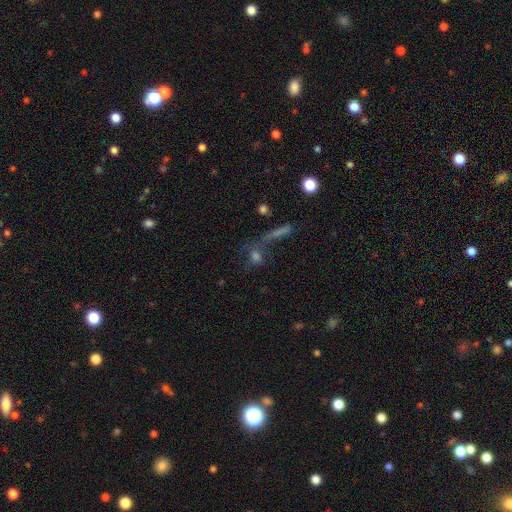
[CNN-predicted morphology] Q: Smooth or featured?
A: smooth (49%); runner-up: star or artifact (28%)
Q: Merging?
A: none (49%); runner-up: merger (25%)